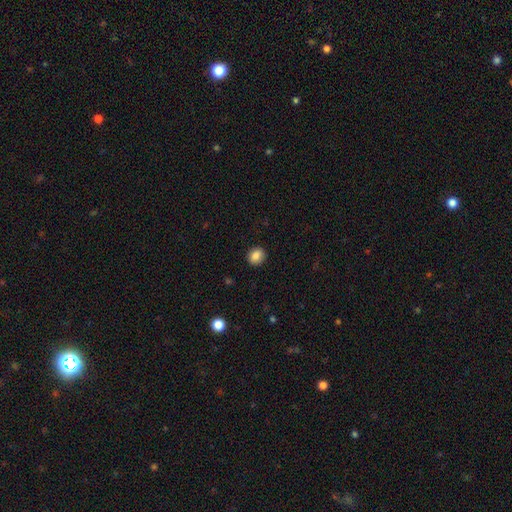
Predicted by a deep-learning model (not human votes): Smooth or featured: smooth — 86% (star or artifact — 9%)
How rounded: round — 68% (in between — 31%)
Merging: none — 90% (minor disturbance — 7%)